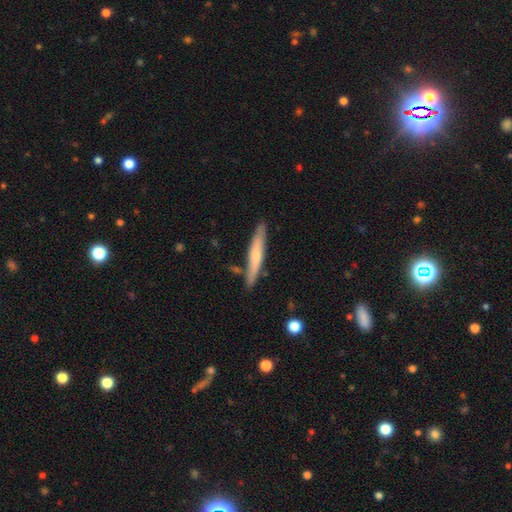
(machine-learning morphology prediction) Smooth or featured: smooth — 54% (featured or disk — 40%)
How rounded: cigar-shaped — 93% (in between — 6%)
Merging: none — 84% (minor disturbance — 11%)